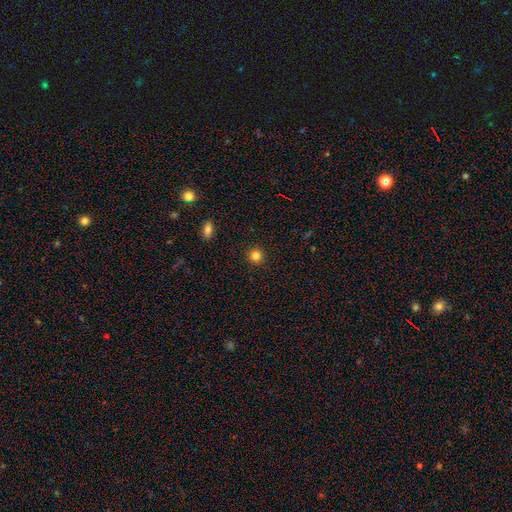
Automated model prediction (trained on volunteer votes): Smooth or featured: smooth — 83% (star or artifact — 12%)
How rounded: round — 94% (in between — 5%)
Merging: none — 93% (minor disturbance — 5%)